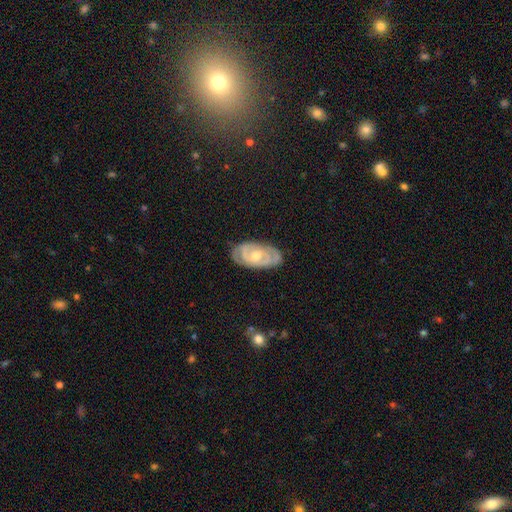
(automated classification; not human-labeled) This appears to be a featured or disk galaxy (78%) with no bar (67%), 2 (50%) tight (69%) spiral arms (86%) and a moderate central bulge (57%). Merging: none (78%).